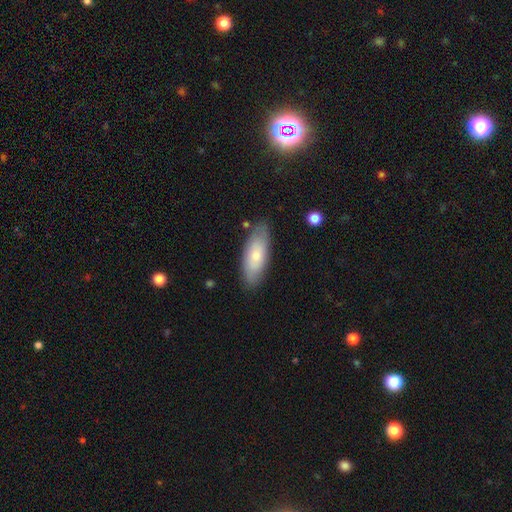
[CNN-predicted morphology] Smooth or featured: smooth — 62% (featured or disk — 31%)
How rounded: in between — 73% (cigar-shaped — 24%)
Merging: none — 81% (minor disturbance — 14%)